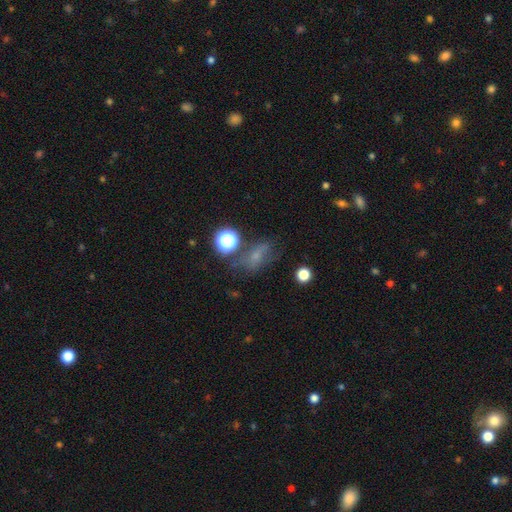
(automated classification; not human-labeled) Q: Smooth or featured?
A: smooth (45%); runner-up: featured or disk (28%)
Q: Merging?
A: none (52%); runner-up: minor disturbance (24%)